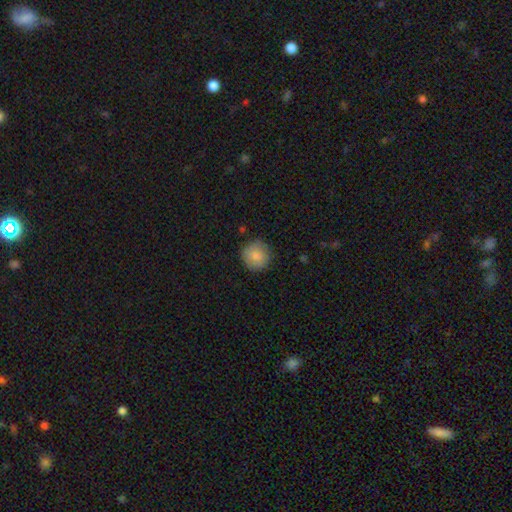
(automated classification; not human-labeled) Morphology: type=smooth (85%); roundness=round (94%); merging=none (85%).